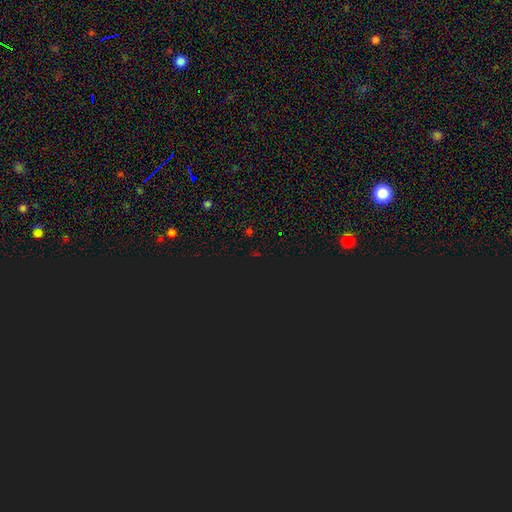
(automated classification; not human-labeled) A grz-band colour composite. It shows a star or artifact, not a galaxy (76%).